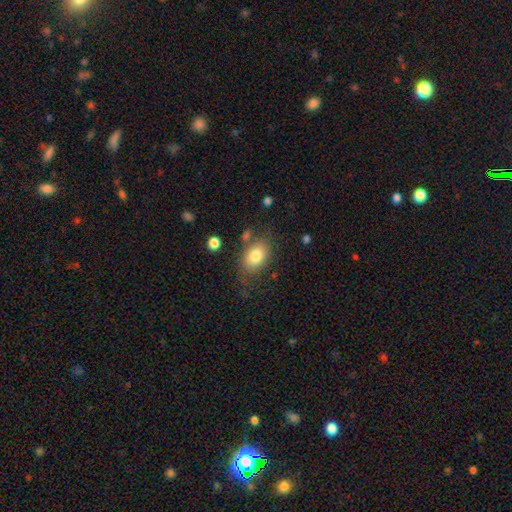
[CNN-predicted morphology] type=smooth (80%); roundness=in between (81%); merging=none (65%).